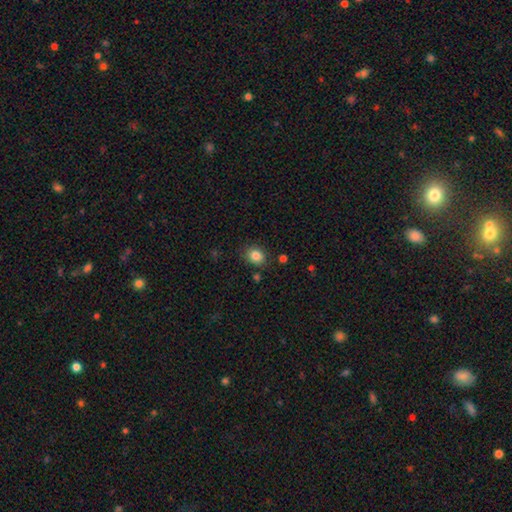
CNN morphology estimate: Smooth or featured? smooth (84%)
How rounded? round (57%)
Merging? none (84%)